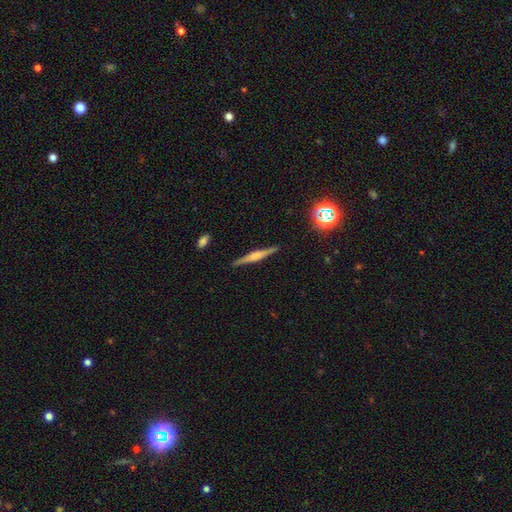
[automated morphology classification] featured or disk 66%, smooth 27%, star or artifact 7%. Down the decision tree: edge-on disk — yes (98%); edge-on bulge — rounded (54%); merging — none (90%).